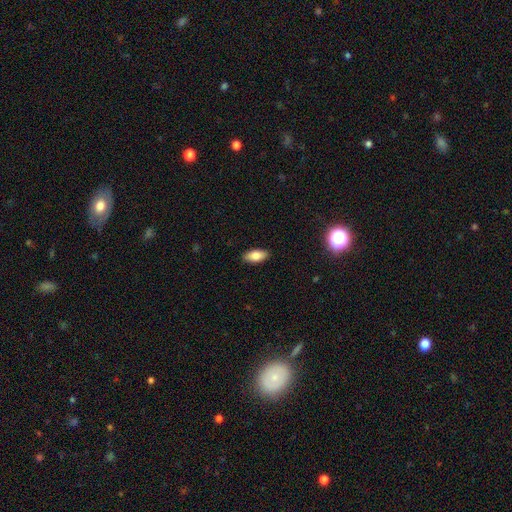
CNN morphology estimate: Smooth or featured? smooth (81%)
How rounded? in between (88%)
Merging? none (89%)